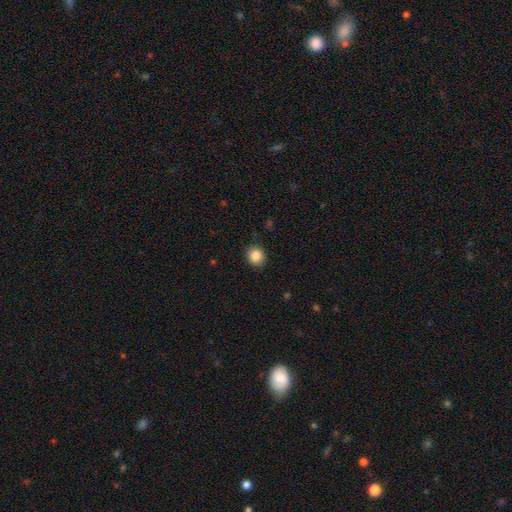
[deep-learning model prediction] Morphology: type=smooth (85%); roundness=round (84%); merging=none (91%).